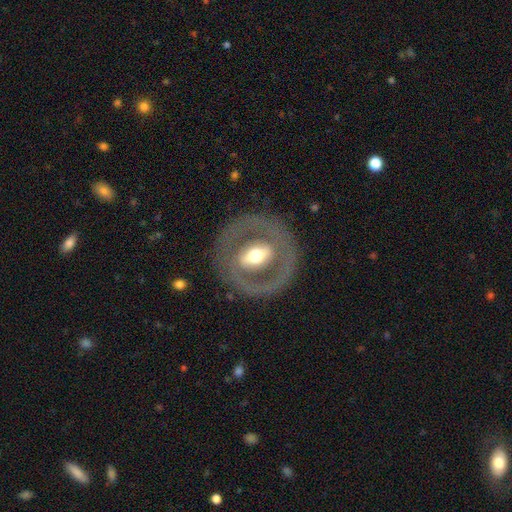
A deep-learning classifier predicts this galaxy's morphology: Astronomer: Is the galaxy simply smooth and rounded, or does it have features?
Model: featured or disk — 70%.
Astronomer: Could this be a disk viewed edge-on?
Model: no — 90%.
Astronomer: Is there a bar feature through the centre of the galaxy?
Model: strong — 50% (runner-up: weak, 26%).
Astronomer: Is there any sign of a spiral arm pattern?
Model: no — 74%.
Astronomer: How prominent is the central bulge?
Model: moderate — 63%.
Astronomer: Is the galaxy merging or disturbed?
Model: none — 79%.